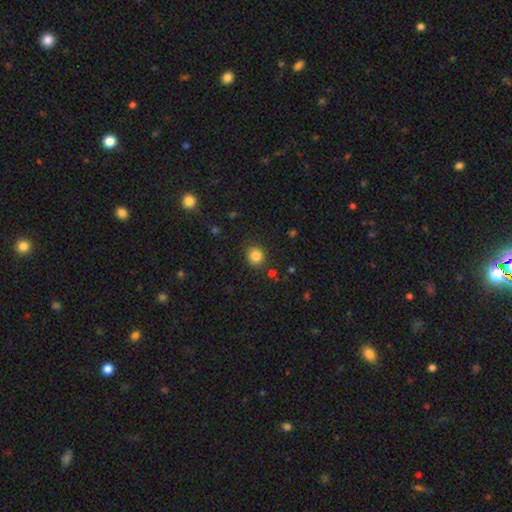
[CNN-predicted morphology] smooth_or_featured: smooth (p=0.84) [alt: star or artifact p=0.11]
how_rounded: round (p=0.88) [alt: in between p=0.11]
merging: none (p=0.85) [alt: minor disturbance p=0.09]